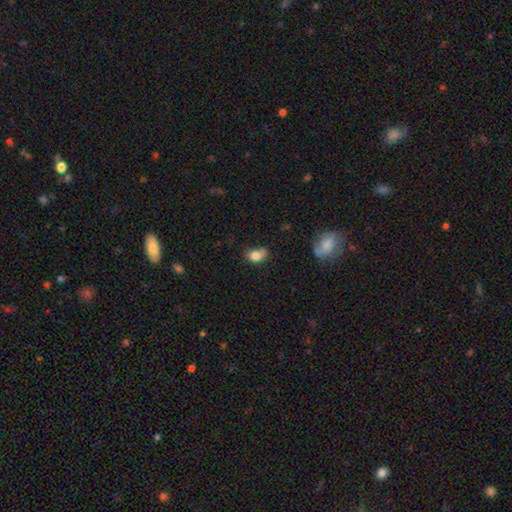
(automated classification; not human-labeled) A smooth galaxy with no disk features (80%) that is in between round and cigar-shaped (72%). Merging: none (41%).